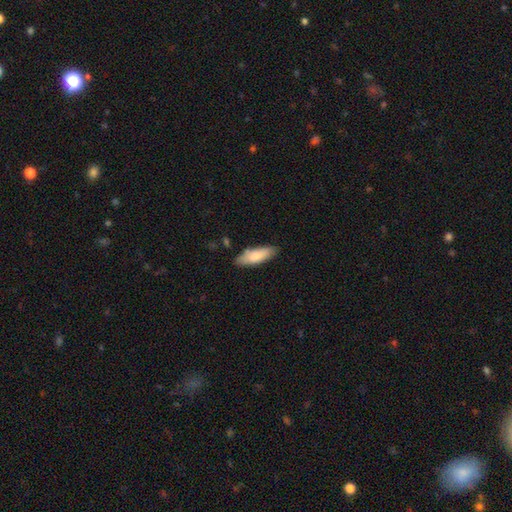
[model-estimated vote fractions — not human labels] smooth-or-featured: smooth: 82% | featured or disk: 12% | star or artifact: 6%
  how-rounded: in between: 62% | cigar-shaped: 36% | round: 2%
  merging: none: 79% | minor disturbance: 16% | major disturbance: 3% | merger: 3%